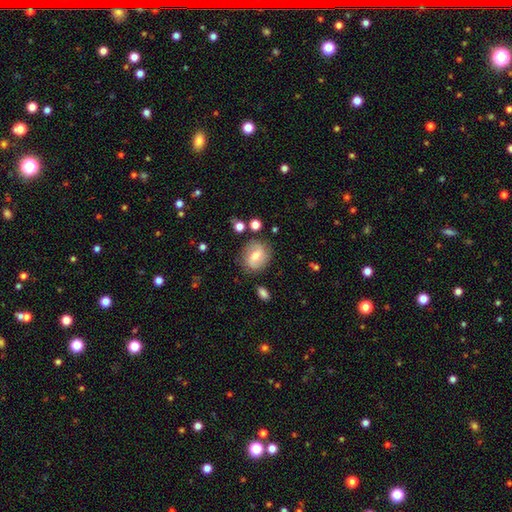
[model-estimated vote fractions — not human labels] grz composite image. It shows a smooth galaxy with no disk features (50%). Merging: none (78%).